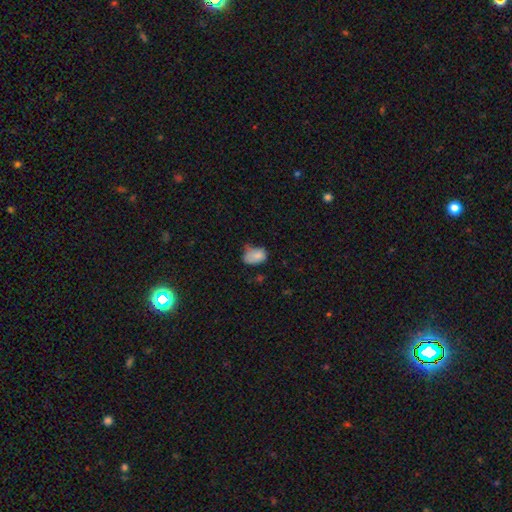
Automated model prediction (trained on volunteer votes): smooth_or_featured: smooth (p=0.80) [alt: featured or disk p=0.11]
how_rounded: in between (p=0.80) [alt: round p=0.19]
merging: minor disturbance (p=0.41) [alt: none p=0.36]